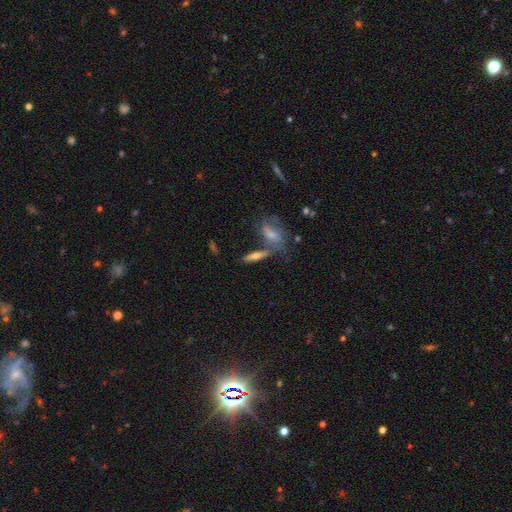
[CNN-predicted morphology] This is possibly a smooth galaxy (58%). How rounded: likely cigar-shaped (61%). Merging: possibly none (57%).